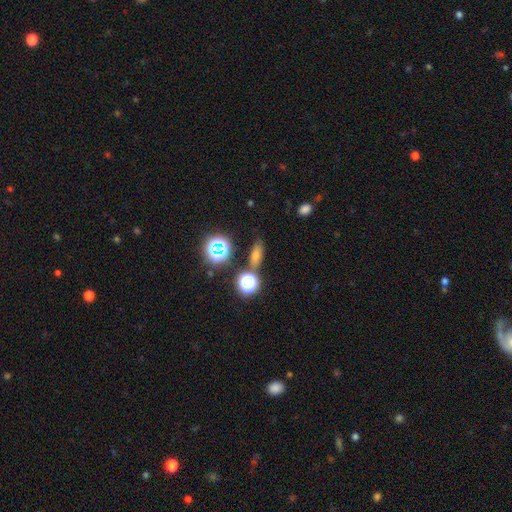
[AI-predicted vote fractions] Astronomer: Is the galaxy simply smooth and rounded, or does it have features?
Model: smooth — 63%.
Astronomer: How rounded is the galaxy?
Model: in between — 65%.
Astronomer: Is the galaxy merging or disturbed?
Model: none — 76%.